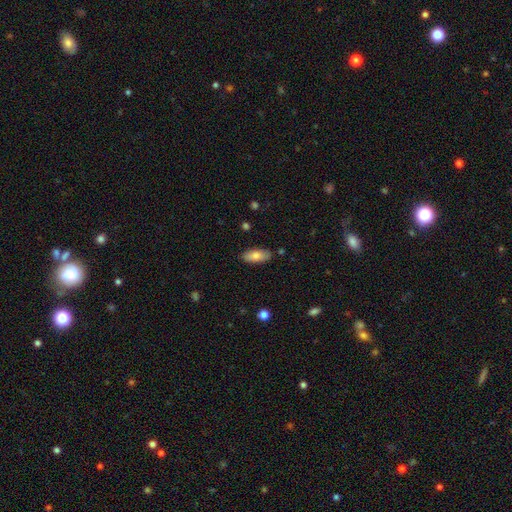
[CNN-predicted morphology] Smooth or featured: smooth — 80% (featured or disk — 14%)
How rounded: in between — 85% (cigar-shaped — 12%)
Merging: none — 85% (minor disturbance — 11%)